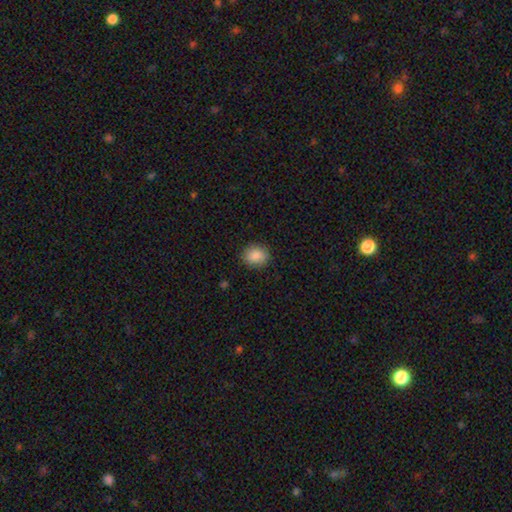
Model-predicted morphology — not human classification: A smooth galaxy with no disk features (88%) that is round (65%). Merging: none (88%).